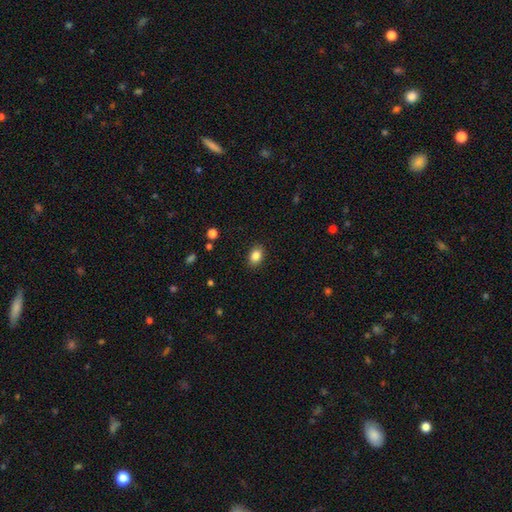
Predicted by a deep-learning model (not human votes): A smooth galaxy with no disk features (85%) that is in between round and cigar-shaped (78%).

Vote fractions:
- Smooth or featured? smooth: 85% / star or artifact: 9% / featured or disk: 5%
- How rounded? in between: 78% / round: 21% / cigar-shaped: 1%
- Merging? none: 88% / minor disturbance: 8% / major disturbance: 2% / merger: 1%